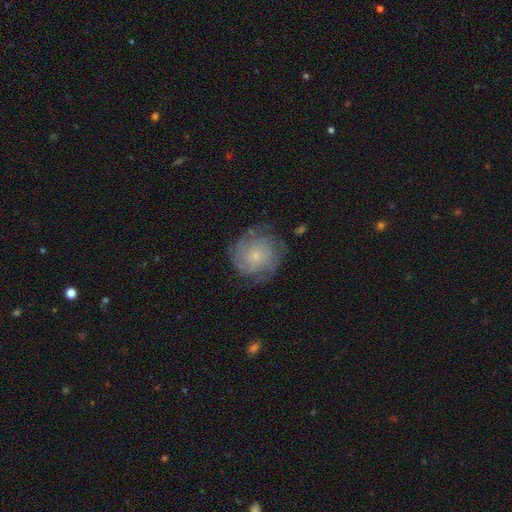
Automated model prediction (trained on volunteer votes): This is likely a featured or disk galaxy (71%). It is clearly not viewed edge-on (98%). Bar: clearly no (82%). Spiral arm pattern: clearly yes (91%). Spiral arm count: marginally can't tell (38%). Spiral winding: likely tight (64%). Central bulge: likely small (80%). Merging: likely none (72%).